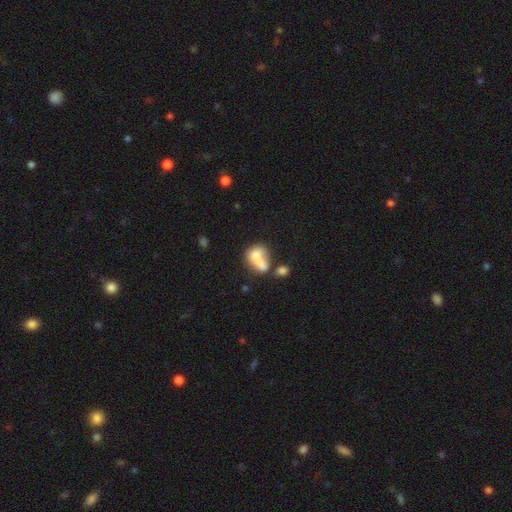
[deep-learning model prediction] Q: Smooth or featured?
A: smooth (68%); runner-up: featured or disk (23%)
Q: How rounded?
A: in between (63%); runner-up: round (35%)
Q: Merging?
A: merger (61%); runner-up: none (20%)